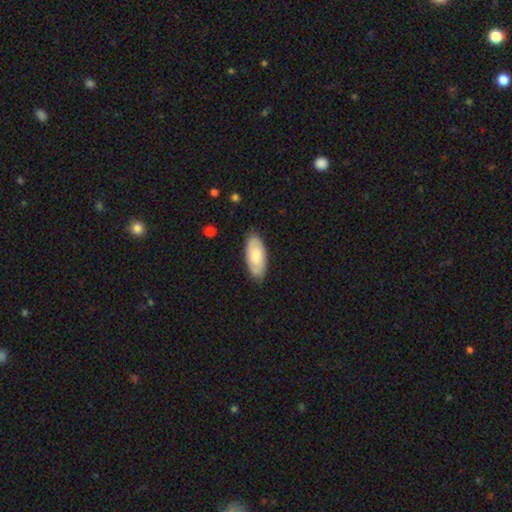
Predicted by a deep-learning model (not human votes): This is likely a smooth galaxy (63%). How rounded: clearly in between (90%). Merging: clearly none (83%).